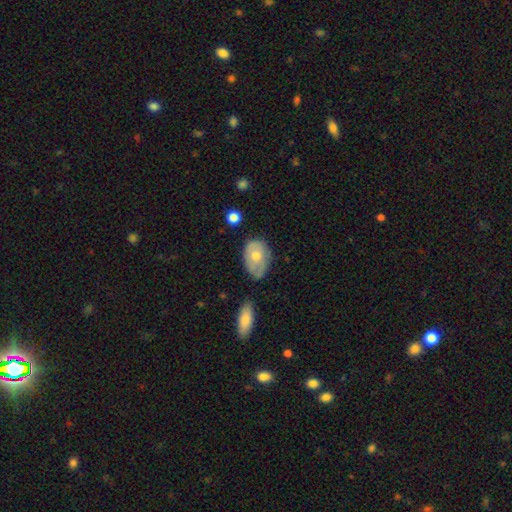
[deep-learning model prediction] Smooth or featured: smooth — 56% (featured or disk — 38%)
How rounded: in between — 84% (round — 15%)
Merging: none — 52% (minor disturbance — 35%)